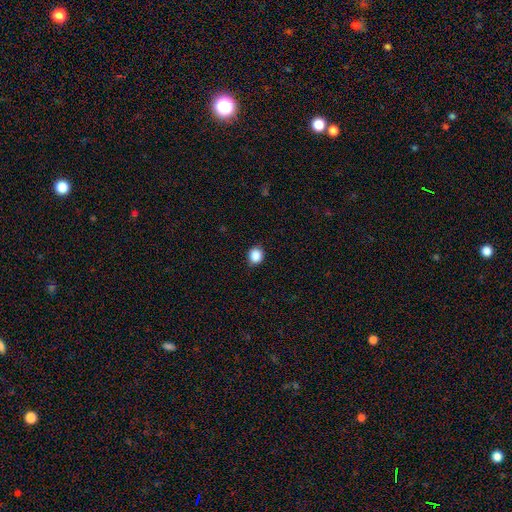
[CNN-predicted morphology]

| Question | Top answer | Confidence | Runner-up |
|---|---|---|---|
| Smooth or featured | smooth | 88% | star or artifact (9%) |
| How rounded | round | 75% | in between (24%) |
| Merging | none | 87% | minor disturbance (10%) |